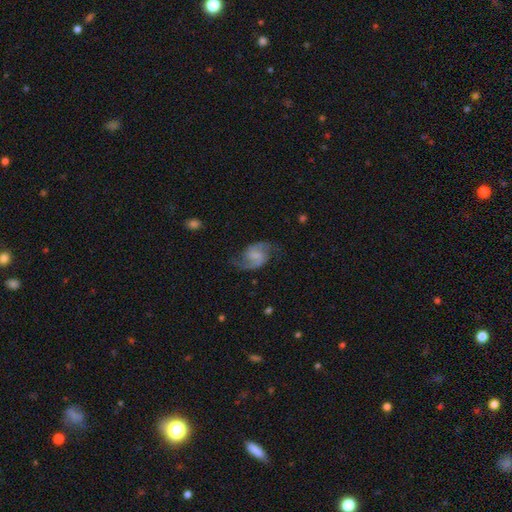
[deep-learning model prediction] Smooth or featured? Predicted: featured or disk (p=0.84). Edge-on disk? Predicted: no (p=0.98). Bar? Predicted: weak (p=0.53). Spiral arms? Predicted: yes (p=0.97). Spiral winding? Predicted: medium (p=0.51). Spiral arm count? Predicted: 2 (p=0.92). Bulge size? Predicted: small (p=0.37). Merging? Predicted: none (p=0.75).